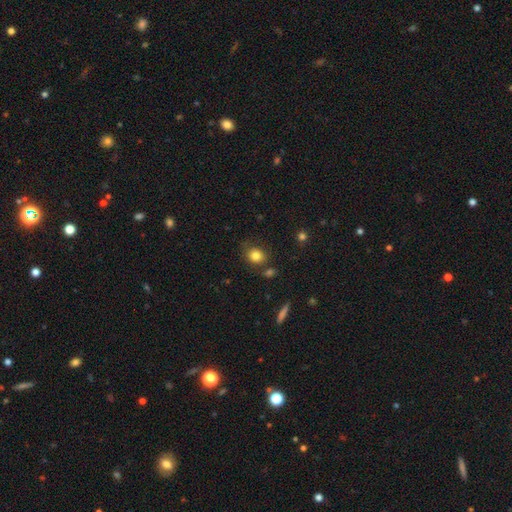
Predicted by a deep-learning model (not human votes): This appears to be a smooth galaxy with no disk features (83%) that is round (66%). Merging: none (72%).